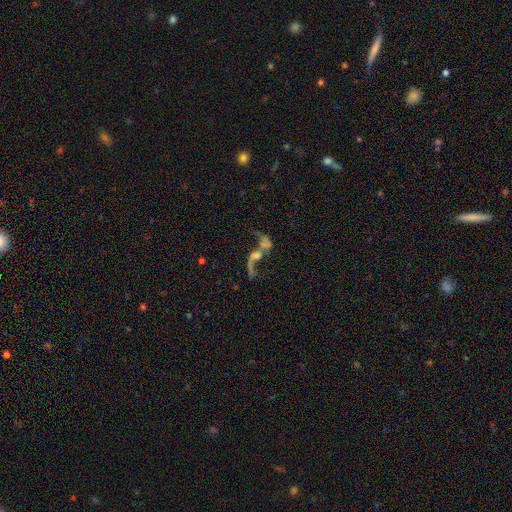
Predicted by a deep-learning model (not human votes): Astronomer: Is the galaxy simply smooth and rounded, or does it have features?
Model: featured or disk — 69%.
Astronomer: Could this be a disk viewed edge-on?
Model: no — 92%.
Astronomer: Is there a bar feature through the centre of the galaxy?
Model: no — 66%.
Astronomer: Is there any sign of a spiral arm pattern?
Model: yes — 72%.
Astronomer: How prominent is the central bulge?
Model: none — 29%, tied with moderate at 29%.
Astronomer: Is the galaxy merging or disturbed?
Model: merger — 55%.